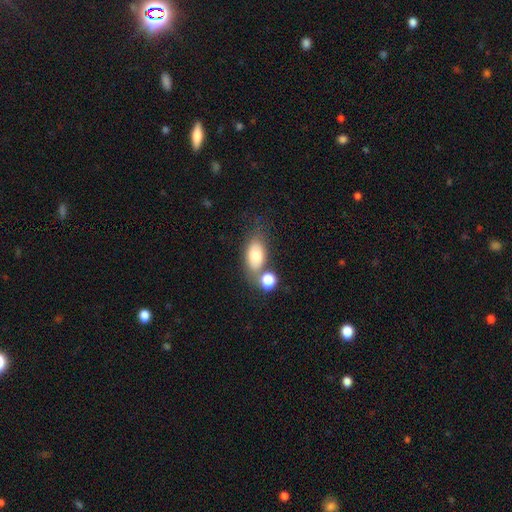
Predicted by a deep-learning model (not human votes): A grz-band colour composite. It shows a smooth galaxy with no disk features (75%) that is in between round and cigar-shaped (86%). Merging: none (52%).